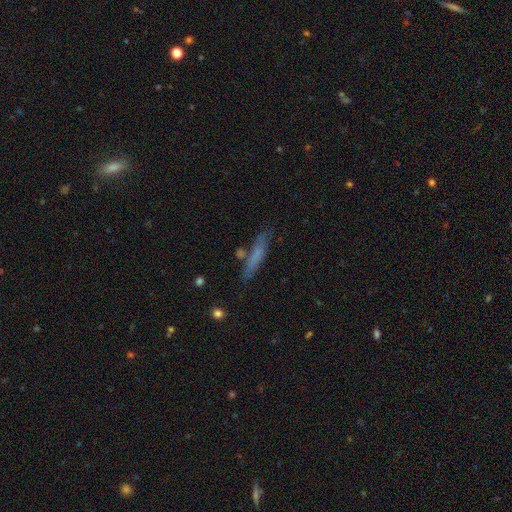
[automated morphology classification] This is likely a smooth galaxy (63%). How rounded: clearly cigar-shaped (88%). Merging: likely none (75%).